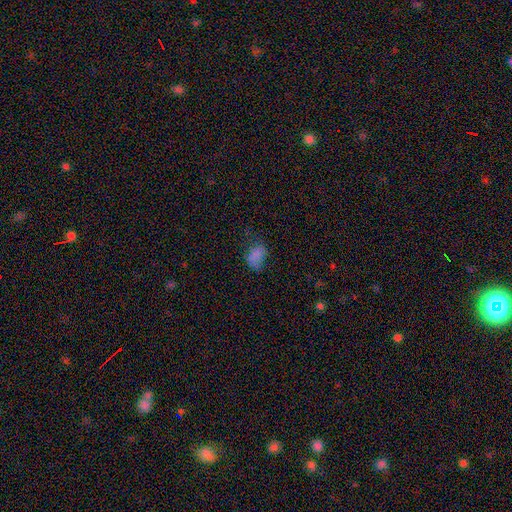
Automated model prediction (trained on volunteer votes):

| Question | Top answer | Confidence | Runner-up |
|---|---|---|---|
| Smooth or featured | smooth | 75% | star or artifact (15%) |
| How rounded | in between | 84% | round (14%) |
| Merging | none | 51% | minor disturbance (29%) |